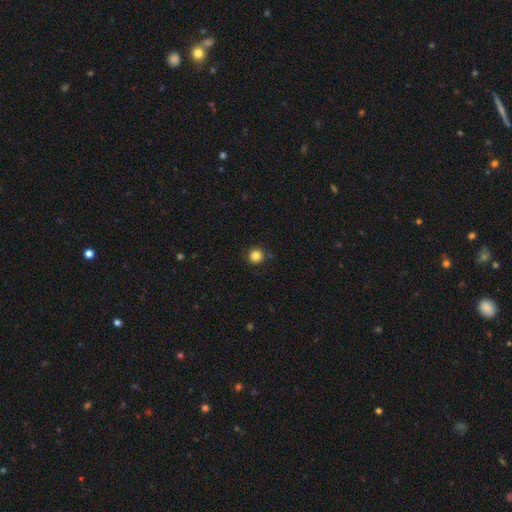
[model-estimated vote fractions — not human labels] Smooth or featured?
  - smooth: 83% *
  - star or artifact: 12%
  - featured or disk: 5%
How rounded?
  - round: 95% *
  - in between: 4%
  - cigar-shaped: 1%
Merging?
  - none: 89% *
  - minor disturbance: 7%
  - major disturbance: 2%
  - merger: 2%